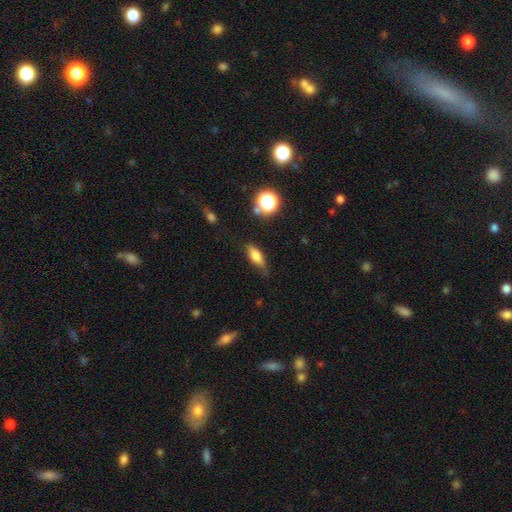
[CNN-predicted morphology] smooth_or_featured: smooth (p=0.70) [alt: featured or disk p=0.19]
how_rounded: in between (p=0.62) [alt: cigar-shaped p=0.32]
merging: none (p=0.71) [alt: minor disturbance p=0.21]